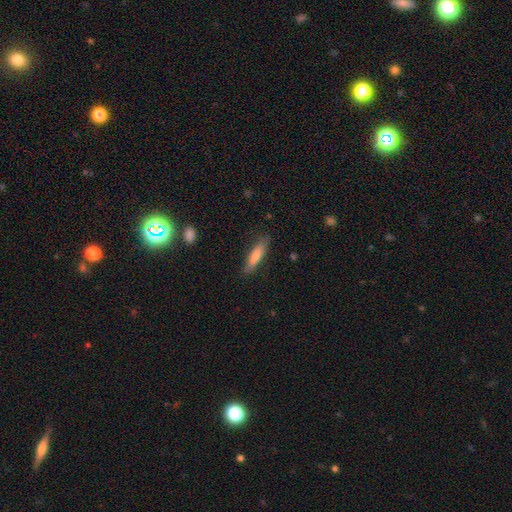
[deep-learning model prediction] Smooth or featured? smooth (80%)
How rounded? cigar-shaped (74%)
Merging? none (83%)